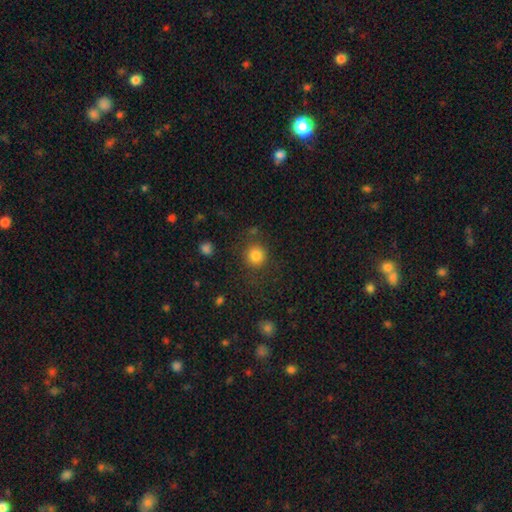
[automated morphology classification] A smooth galaxy with no disk features (83%) that is round (92%). Merging: none (81%).